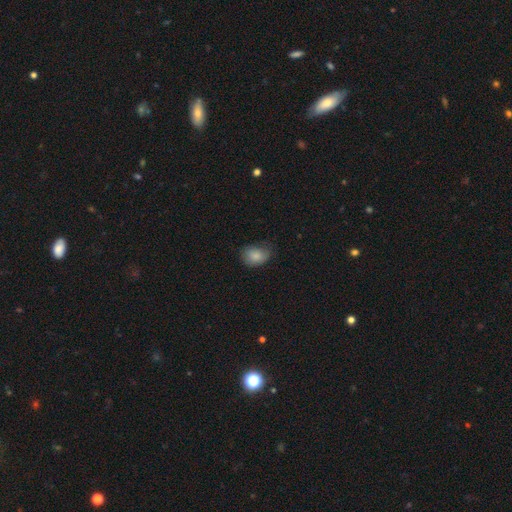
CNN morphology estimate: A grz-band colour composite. It shows a smooth galaxy with no disk features (83%) that is in between round and cigar-shaped (66%). Merging: none (56%).